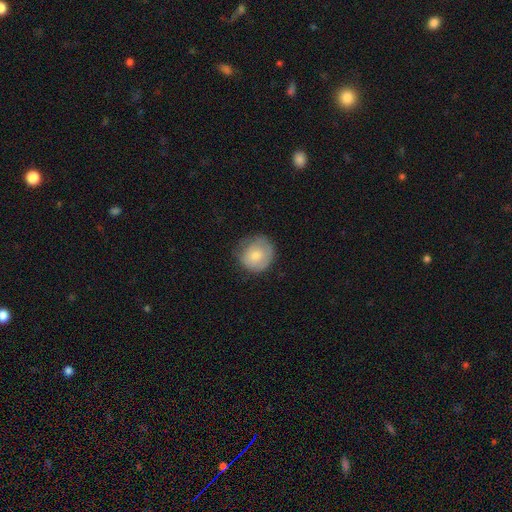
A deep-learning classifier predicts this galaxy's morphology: A smooth galaxy with no disk features (74%) that is round (86%).

Vote fractions:
- Smooth or featured? smooth: 74% / featured or disk: 19% / star or artifact: 7%
- How rounded? round: 86% / in between: 13% / cigar-shaped: 1%
- Merging? none: 63% / minor disturbance: 27% / major disturbance: 9% / merger: 1%